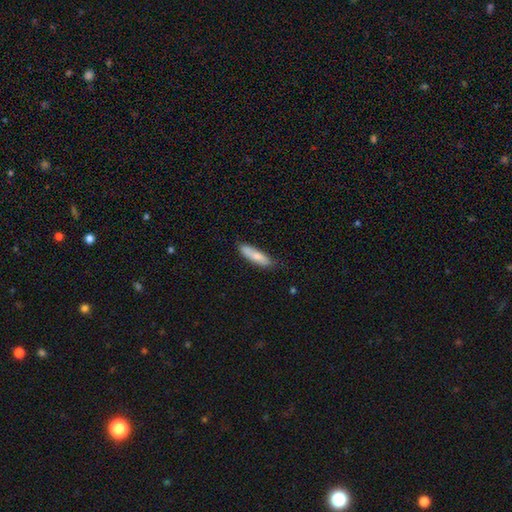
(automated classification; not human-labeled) A smooth galaxy with no disk features (79%) that is cigar-shaped (65%). Merging: none (79%).